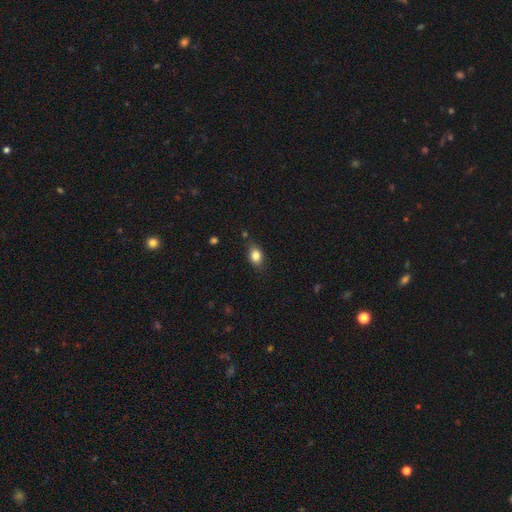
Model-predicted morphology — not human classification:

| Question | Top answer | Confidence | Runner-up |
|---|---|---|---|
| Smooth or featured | smooth | 82% | star or artifact (10%) |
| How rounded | in between | 69% | round (28%) |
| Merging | none | 77% | minor disturbance (17%) |